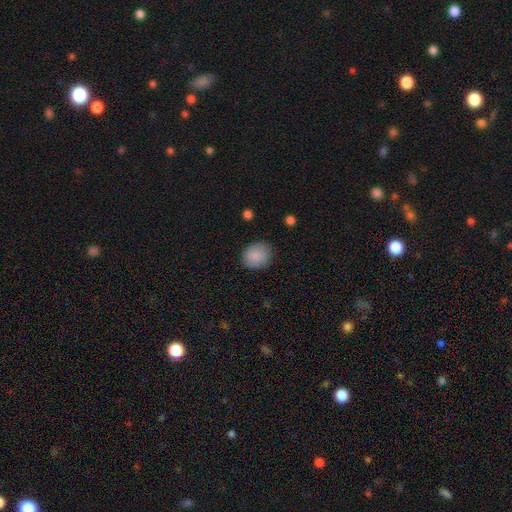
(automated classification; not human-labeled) smooth_or_featured: smooth (p=0.88) [alt: star or artifact p=0.07]
how_rounded: round (p=0.66) [alt: in between p=0.33]
merging: none (p=0.84) [alt: minor disturbance p=0.12]